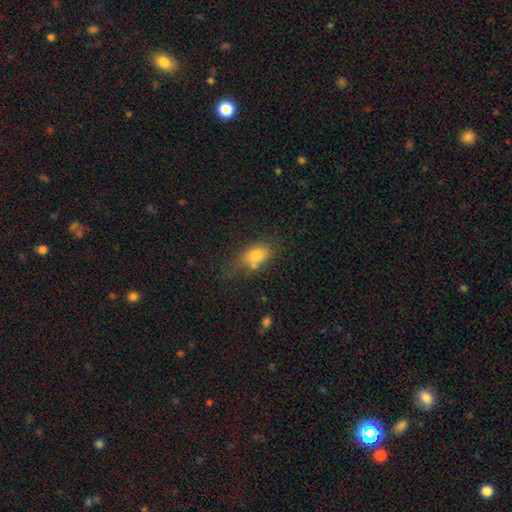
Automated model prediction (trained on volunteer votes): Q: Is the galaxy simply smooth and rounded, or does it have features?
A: smooth — 79%.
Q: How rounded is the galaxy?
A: in between — 80%.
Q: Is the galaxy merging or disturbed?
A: none — 53%.